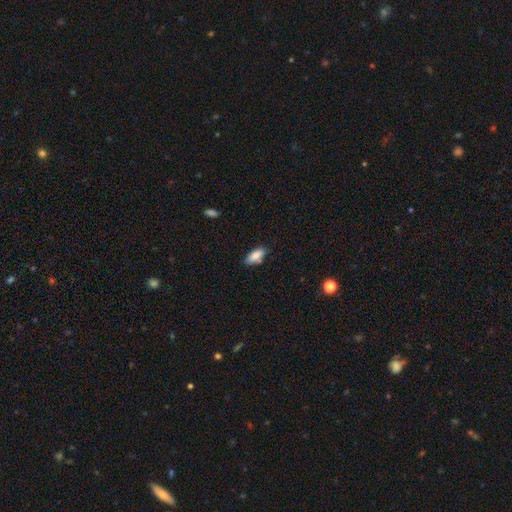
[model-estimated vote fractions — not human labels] This is clearly a smooth galaxy (83%). How rounded: clearly in between (85%). Merging: likely none (73%).